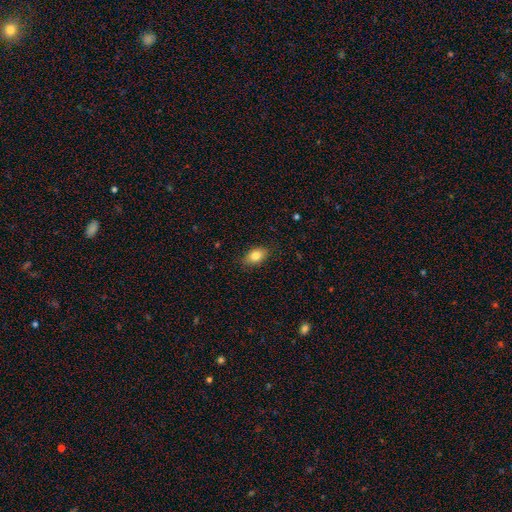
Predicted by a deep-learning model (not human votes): The model was most divided on "smooth or featured": smooth: 82%, featured or disk: 10%, star or artifact: 8%. More confident: how rounded — in between (88%); merging — none (86%).